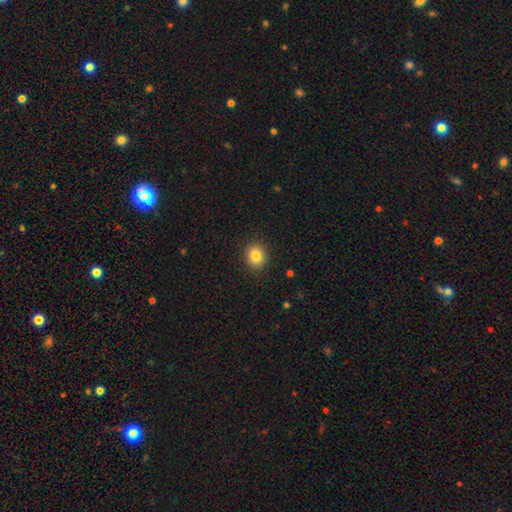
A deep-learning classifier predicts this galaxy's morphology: Smooth or featured: smooth — 84% (star or artifact — 10%)
How rounded: round — 69% (in between — 30%)
Merging: none — 89% (minor disturbance — 7%)